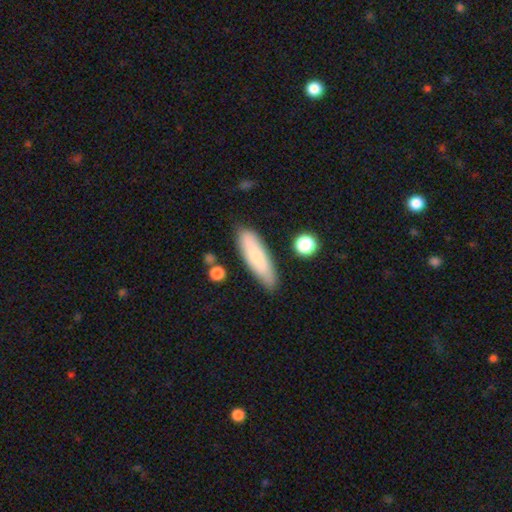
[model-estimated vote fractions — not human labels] Smooth or featured? smooth (73%)
How rounded? cigar-shaped (59%)
Merging? none (80%)